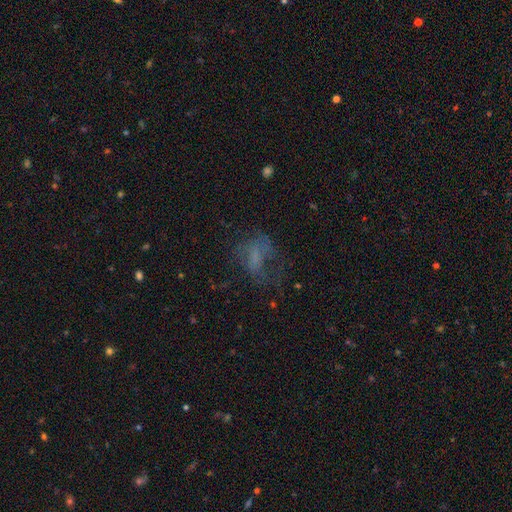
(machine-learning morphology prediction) type=smooth (40%); merging=major disturbance (40%).